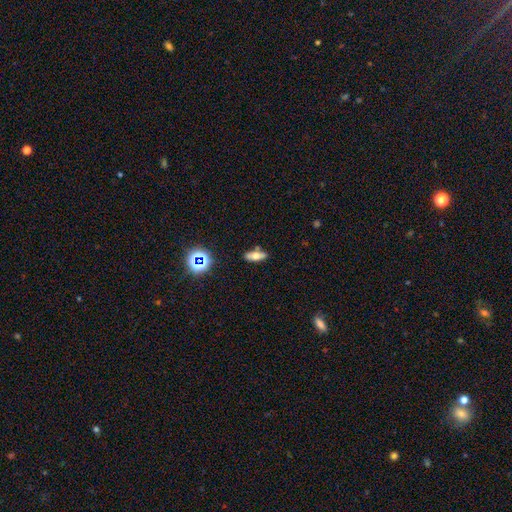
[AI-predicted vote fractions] Smooth or featured? smooth (56%)
How rounded? in between (67%)
Merging? none (78%)